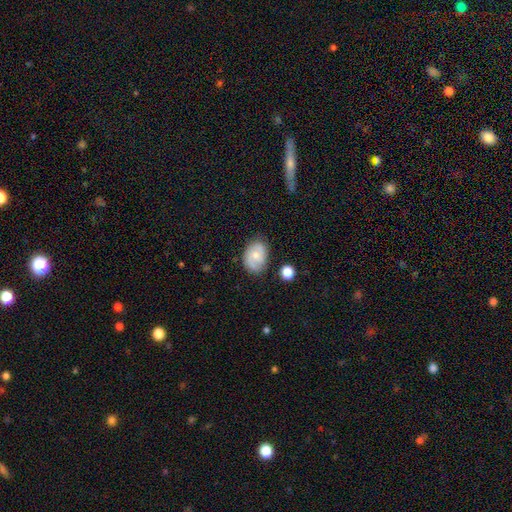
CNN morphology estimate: type=featured or disk (52%); edge-on=no (97%); bar=no (60%); spiral arms=yes (87%); bulge=small (49%); merging=none (75%).